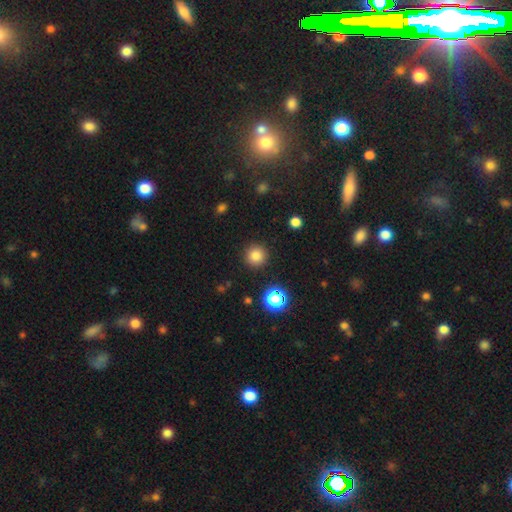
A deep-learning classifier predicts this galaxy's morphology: A smooth galaxy with no disk features (83%) that is round (95%).

Vote fractions:
- Smooth or featured? smooth: 83% / star or artifact: 13% / featured or disk: 5%
- How rounded? round: 95% / in between: 4% / cigar-shaped: 1%
- Merging? none: 91% / minor disturbance: 5% / major disturbance: 2% / merger: 1%